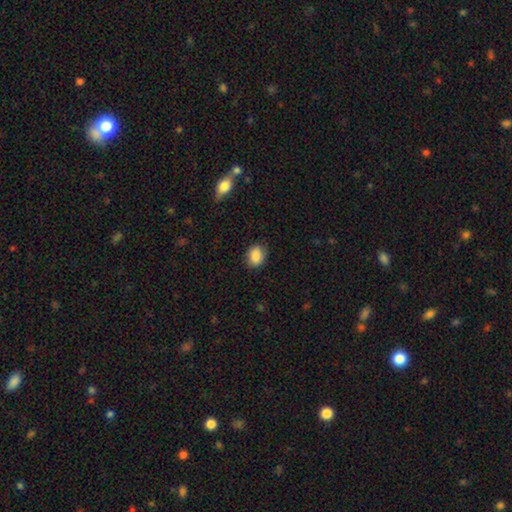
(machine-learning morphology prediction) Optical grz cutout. It shows a smooth galaxy with no disk features (87%) that is in between round and cigar-shaped (55%). Merging: none (84%).